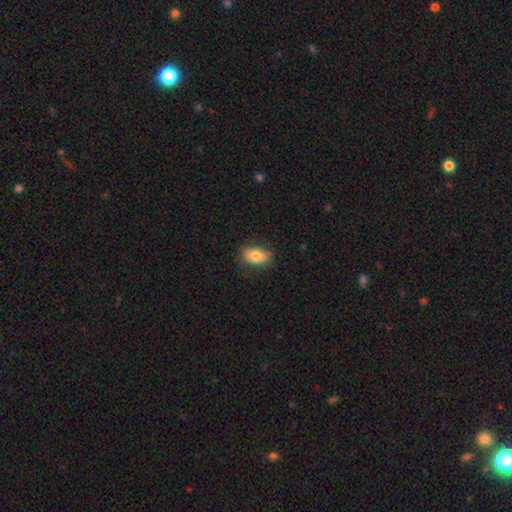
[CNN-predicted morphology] Smooth or featured: smooth — 79% (featured or disk — 14%)
How rounded: in between — 87% (round — 11%)
Merging: none — 77% (minor disturbance — 18%)